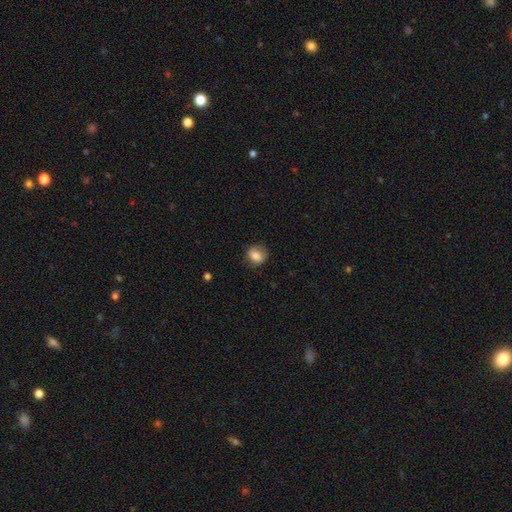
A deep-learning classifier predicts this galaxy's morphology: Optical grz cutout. It shows a smooth galaxy with no disk features (80%) that is round (59%). Merging: none (77%).